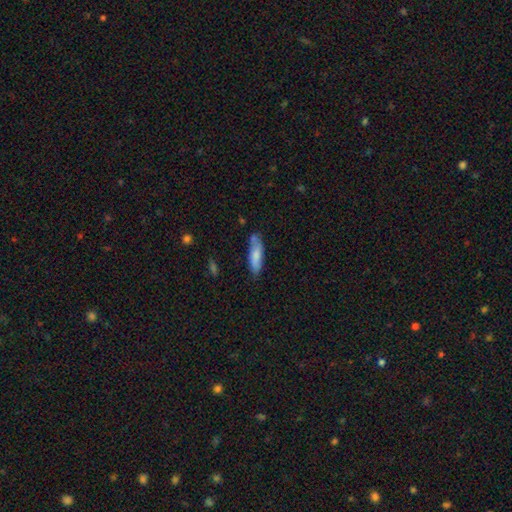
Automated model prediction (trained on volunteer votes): smooth_or_featured: smooth (p=0.77) [alt: featured or disk p=0.17]
how_rounded: cigar-shaped (p=0.62) [alt: in between p=0.37]
merging: none (p=0.68) [alt: minor disturbance p=0.21]